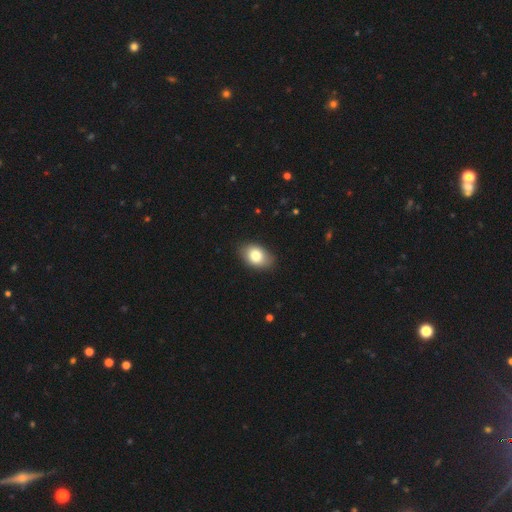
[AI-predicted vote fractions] Smooth or featured? smooth (82%)
How rounded? in between (84%)
Merging? none (84%)